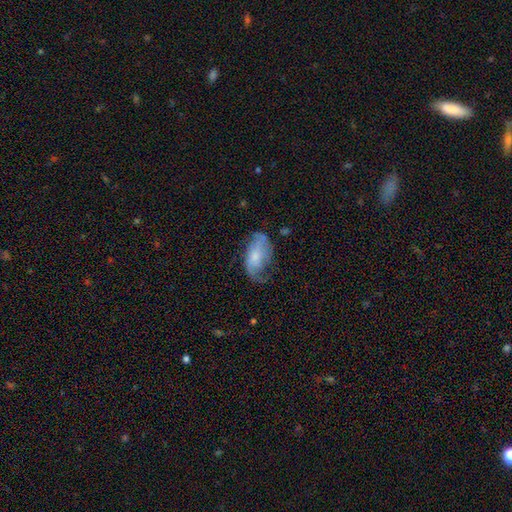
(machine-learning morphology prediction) Q: Smooth or featured?
A: featured or disk (58%); runner-up: smooth (35%)
Q: Edge-on disk?
A: no (95%); runner-up: yes (5%)
Q: Bar?
A: no (66%); runner-up: weak (27%)
Q: Spiral arms?
A: yes (80%); runner-up: no (20%)
Q: Bulge size?
A: small (46%); runner-up: moderate (35%)
Q: Merging?
A: none (44%); runner-up: minor disturbance (29%)